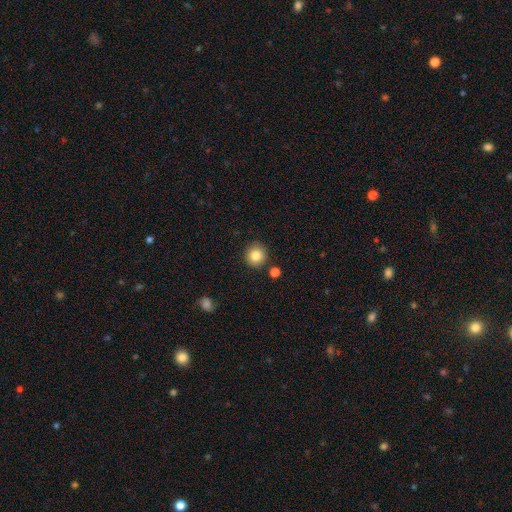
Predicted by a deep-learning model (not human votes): A smooth galaxy with no disk features (84%) that is round (92%).

Vote fractions:
- Smooth or featured? smooth: 84% / star or artifact: 10% / featured or disk: 7%
- How rounded? round: 92% / in between: 7% / cigar-shaped: 1%
- Merging? none: 87% / minor disturbance: 7% / merger: 3% / major disturbance: 2%